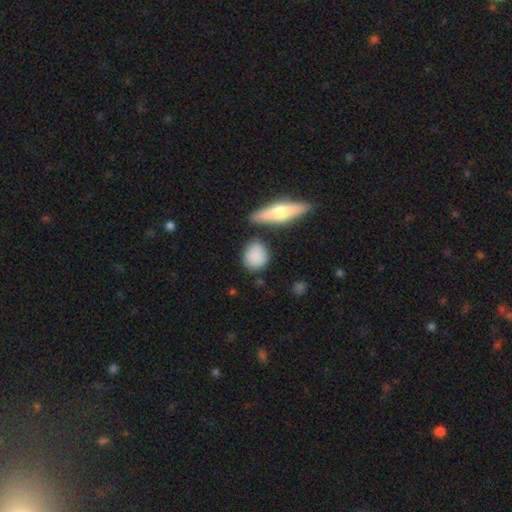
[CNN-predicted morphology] smooth 85%, featured or disk 9%, star or artifact 6%. Down the decision tree: how rounded — round (61%); merging — none (77%).